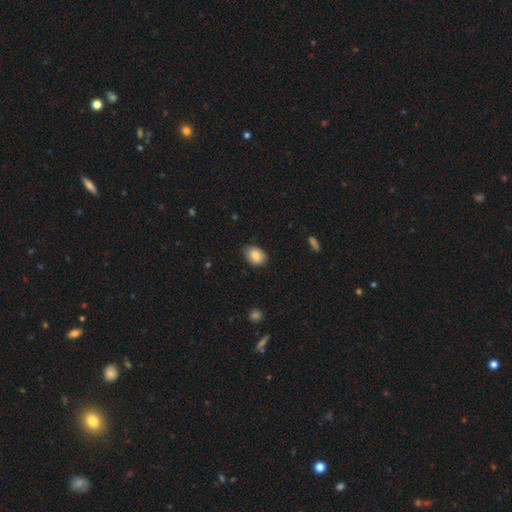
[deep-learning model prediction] Smooth or featured? Predicted: smooth (p=0.84). How rounded? Predicted: in between (p=0.74). Merging? Predicted: none (p=0.78).